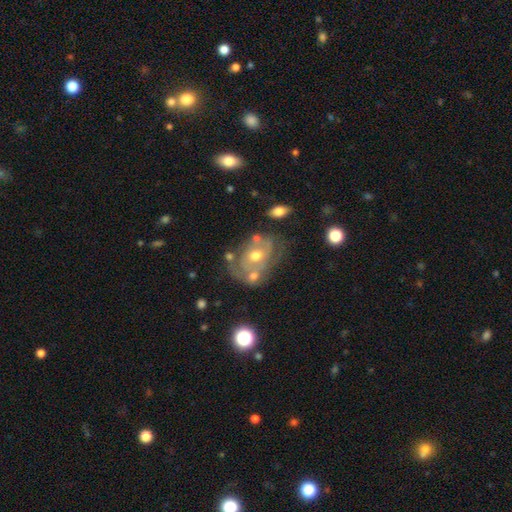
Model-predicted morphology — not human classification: A featured or disk galaxy (67%) with no bar (75%), spiral arms (60%) and a moderate central bulge (72%). Merging: none (44%).